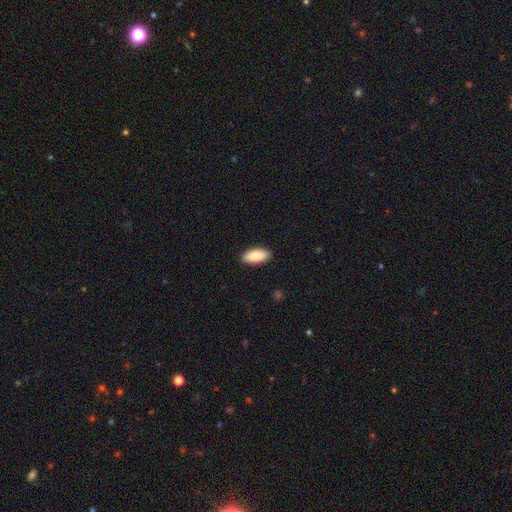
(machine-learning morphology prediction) Overall: smooth (87%). How rounded: in between (87%). Merging: none (90%).